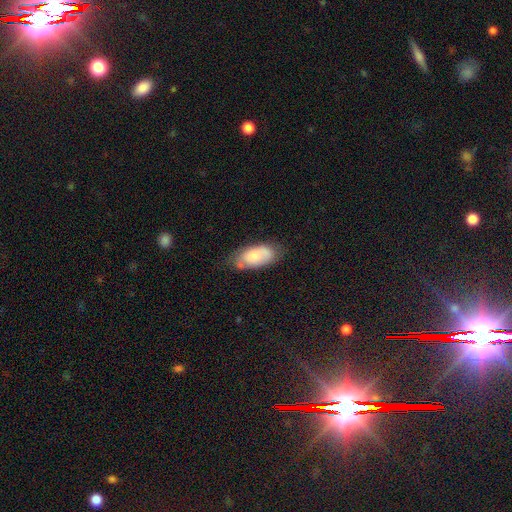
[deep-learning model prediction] Q: Smooth or featured?
A: smooth (68%); runner-up: featured or disk (25%)
Q: How rounded?
A: in between (92%); runner-up: cigar-shaped (5%)
Q: Merging?
A: none (61%); runner-up: minor disturbance (27%)